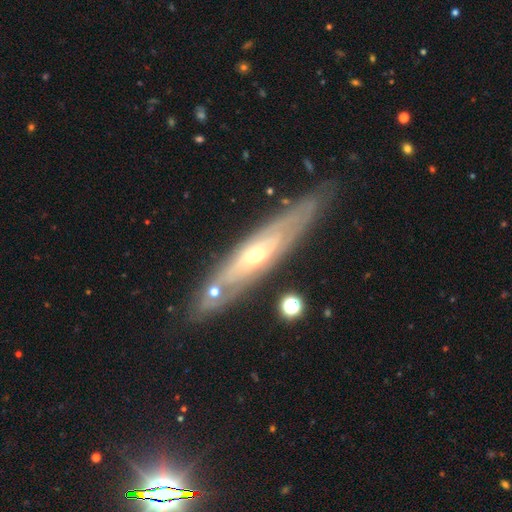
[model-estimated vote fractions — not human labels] Smooth or featured?
  - featured or disk: 80% *
  - smooth: 14%
  - star or artifact: 6%
Edge-on disk?
  - no: 55% *
  - yes: 45%
Merging?
  - none: 79% *
  - minor disturbance: 13%
  - major disturbance: 4%
  - merger: 3%